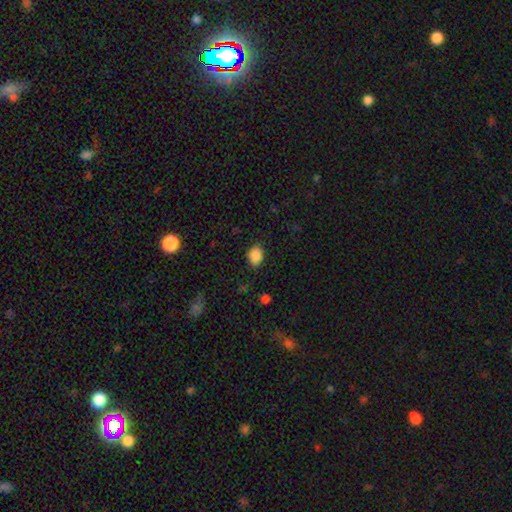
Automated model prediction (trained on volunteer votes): Overall: smooth (87%). How rounded: in between (72%). Merging: none (83%).